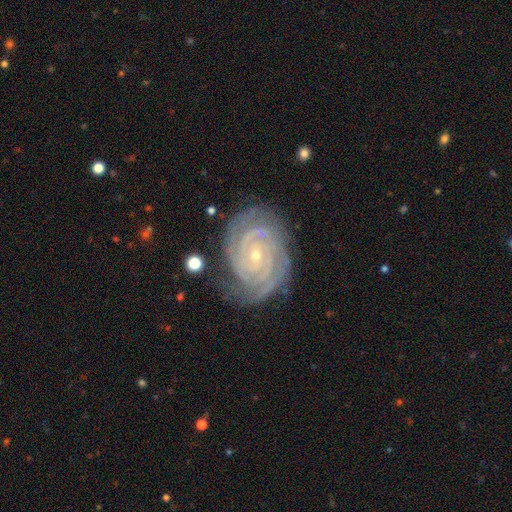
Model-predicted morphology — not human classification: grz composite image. It shows a featured or disk galaxy (92%) with no bar (69%), 2 (35%) tight (87%) spiral arms (99%) and a small central bulge (82%). Merging: none (79%).